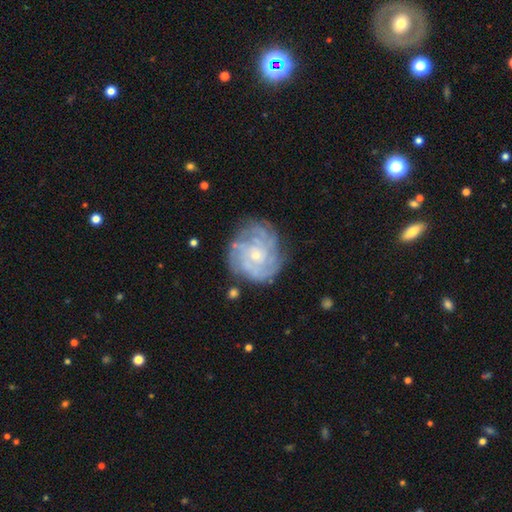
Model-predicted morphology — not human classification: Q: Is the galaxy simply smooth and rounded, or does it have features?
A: featured or disk — 81%.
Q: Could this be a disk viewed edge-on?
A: no — 98%.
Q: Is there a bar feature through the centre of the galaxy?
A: no — 78%.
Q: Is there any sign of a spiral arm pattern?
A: yes — 94%.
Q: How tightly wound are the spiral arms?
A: tight — 71%.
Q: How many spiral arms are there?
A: can't tell — 35%.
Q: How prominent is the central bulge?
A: small — 70%.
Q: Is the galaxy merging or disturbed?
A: none — 75%.